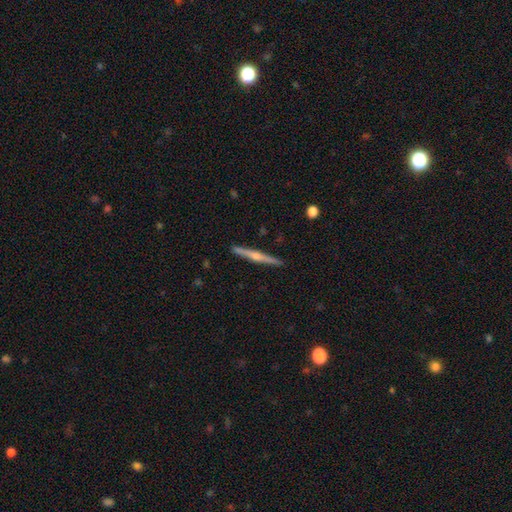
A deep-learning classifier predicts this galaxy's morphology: Smooth or featured: featured or disk — 70% (smooth — 22%)
Edge-on disk: yes — 97% (no — 3%)
Edge-on bulge: rounded — 80% (none — 14%)
Merging: none — 90% (minor disturbance — 7%)